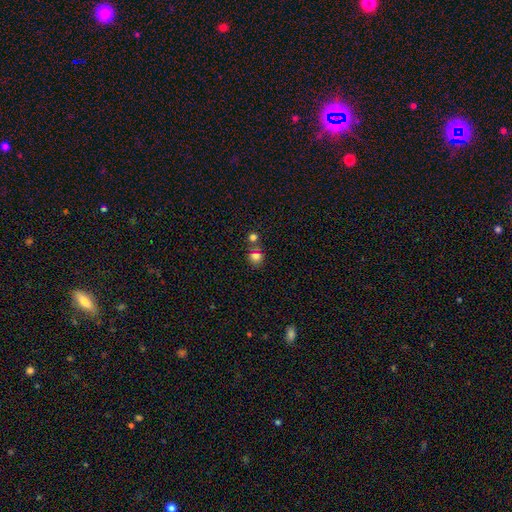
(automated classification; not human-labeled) This is likely a smooth galaxy (74%). How rounded: likely round (77%). Merging: likely none (63%).